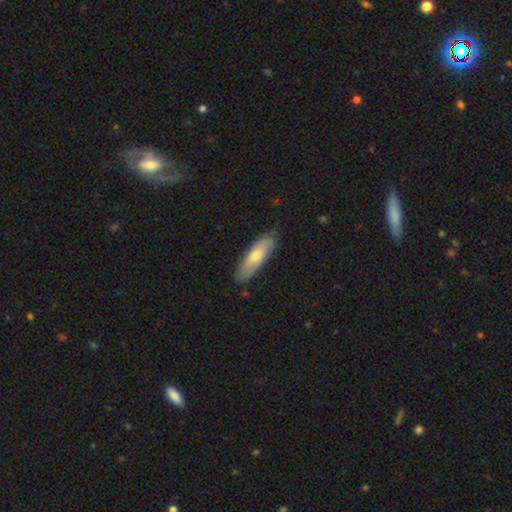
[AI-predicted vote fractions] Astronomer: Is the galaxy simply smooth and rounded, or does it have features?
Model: smooth — 63%.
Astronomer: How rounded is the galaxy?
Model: cigar-shaped — 54% (runner-up: in between, 45%).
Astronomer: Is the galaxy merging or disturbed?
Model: none — 82%.